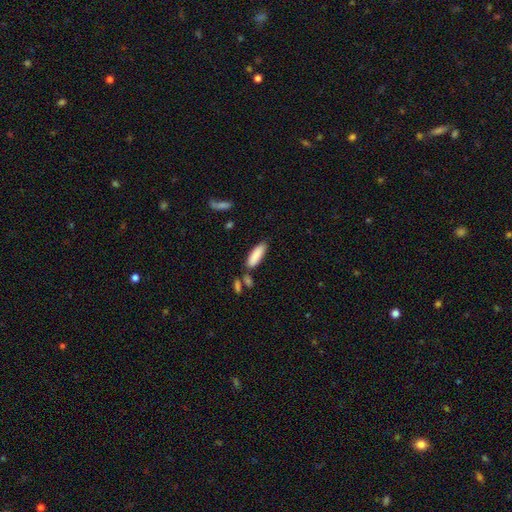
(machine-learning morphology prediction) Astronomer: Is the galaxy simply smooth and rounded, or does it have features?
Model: smooth — 87%.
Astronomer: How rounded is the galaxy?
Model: in between — 53% (runner-up: cigar-shaped, 45%).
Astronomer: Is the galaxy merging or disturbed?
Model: none — 76%.